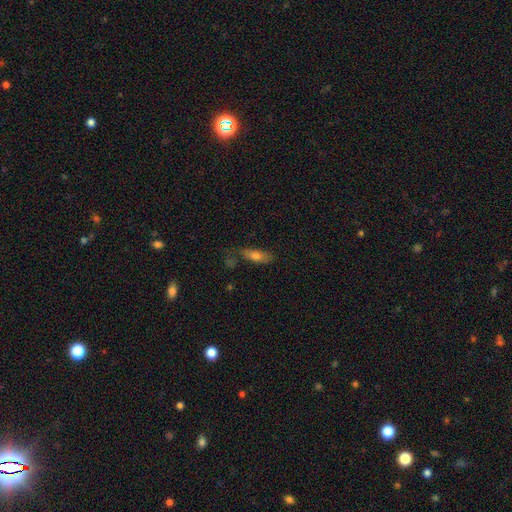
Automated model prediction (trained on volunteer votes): A smooth galaxy with no disk features (68%) that is in between round and cigar-shaped (56%).

Vote fractions:
- Smooth or featured? smooth: 68% / featured or disk: 22% / star or artifact: 10%
- How rounded? in between: 56% / cigar-shaped: 40% / round: 3%
- Merging? none: 66% / minor disturbance: 21% / major disturbance: 7% / merger: 6%